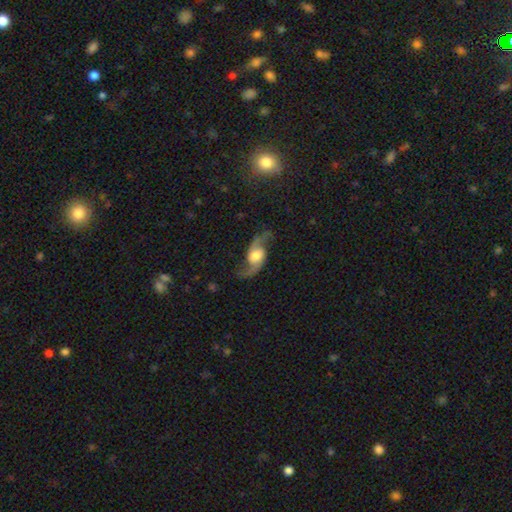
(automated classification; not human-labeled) A featured or disk galaxy (89%) with no bar (55%), 2 (94%) loose (70%) spiral arms (97%) and a moderate central bulge (54%).

Vote fractions:
- Smooth or featured? featured or disk: 89% / smooth: 6% / star or artifact: 5%
- Edge-on disk? no: 95% / yes: 5%
- Bar? no: 55% / weak: 35% / strong: 10%
- Spiral arms? yes: 97% / no: 3%
- Spiral winding? loose: 70% / medium: 25% / tight: 5%
- Spiral arm count? 2: 94% / can't tell: 2% / 1: 1% / 3: 1% / 4: 1% / more than 4: 1%
- Bulge size? moderate: 54% / large: 30% / small: 11% / dominant: 3% / none: 3%
- Merging? none: 79% / minor disturbance: 13% / major disturbance: 7% / merger: 2%